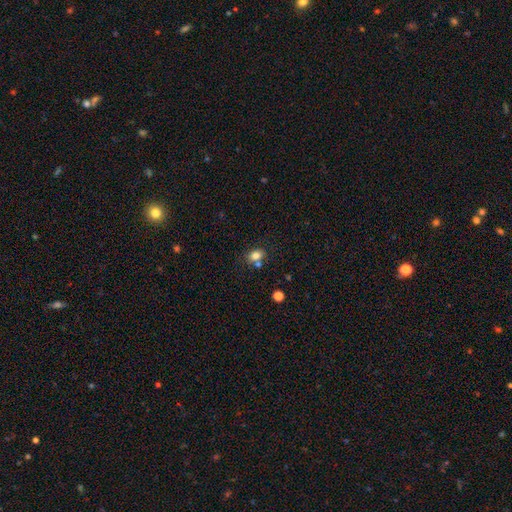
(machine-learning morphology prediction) Overall: smooth (80%). How rounded: in between (64%; round 35%). Merging: none (63%).